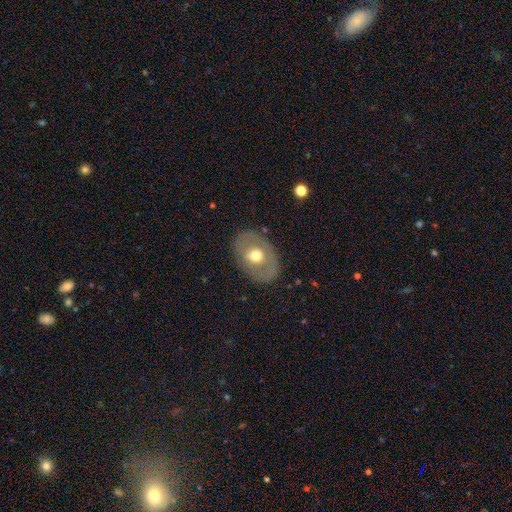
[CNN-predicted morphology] The model was most divided on "smooth or featured": smooth: 47%, featured or disk: 46%, star or artifact: 7%. More confident: merging — none (82%).